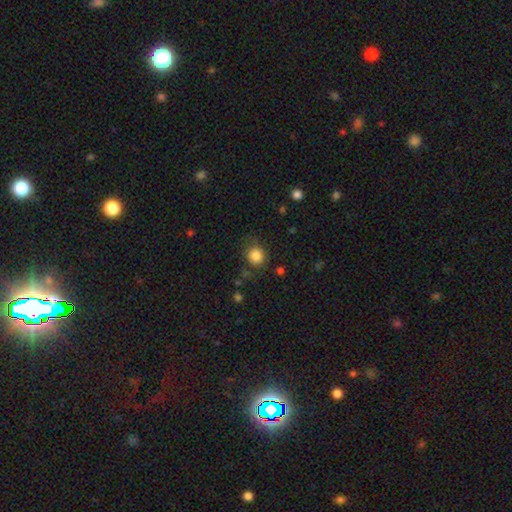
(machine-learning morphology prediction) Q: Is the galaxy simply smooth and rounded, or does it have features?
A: smooth — 84%.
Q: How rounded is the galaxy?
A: round — 84%.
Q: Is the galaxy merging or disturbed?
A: none — 79%.